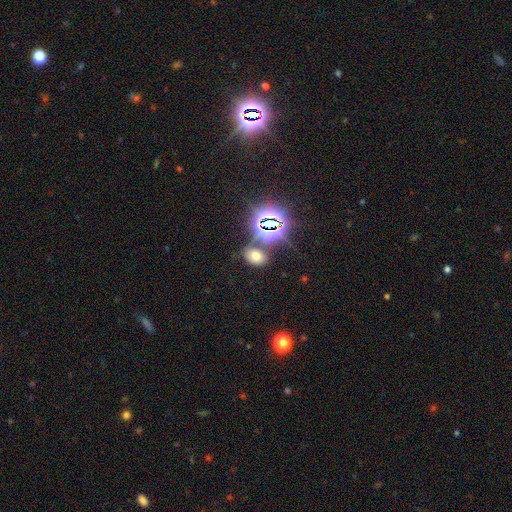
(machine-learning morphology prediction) A smooth galaxy with no disk features (56%) that is in between round and cigar-shaped (76%).

Vote fractions:
- Smooth or featured? smooth: 56% / star or artifact: 33% / featured or disk: 10%
- How rounded? in between: 76% / round: 22% / cigar-shaped: 1%
- Merging? none: 73% / minor disturbance: 12% / merger: 10% / major disturbance: 5%